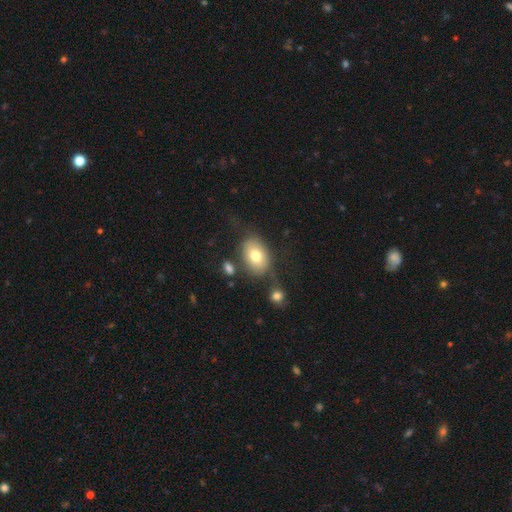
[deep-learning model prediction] Smooth or featured? smooth (74%)
How rounded? in between (77%)
Merging? none (61%)